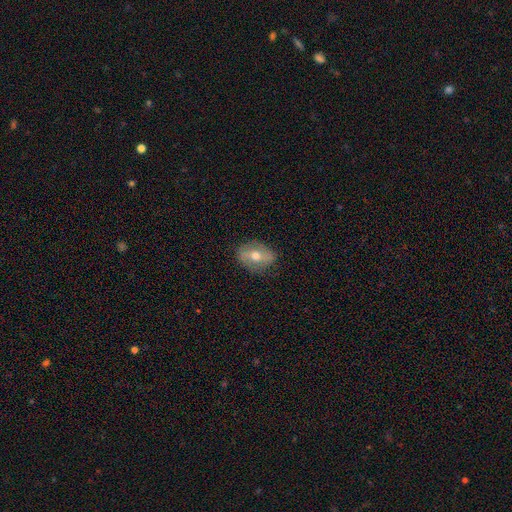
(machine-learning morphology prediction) Smooth or featured: featured or disk — 54% (smooth — 39%)
Edge-on disk: no — 88% (yes — 12%)
Merging: none — 80% (minor disturbance — 15%)